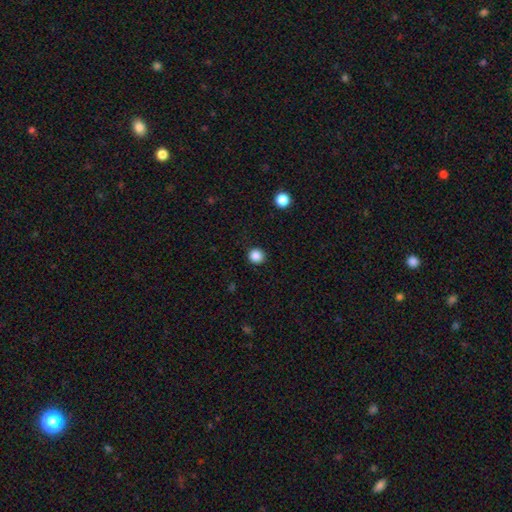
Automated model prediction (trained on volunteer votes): A smooth galaxy with no disk features (87%) that is round (94%).

Vote fractions:
- Smooth or featured? smooth: 87% / star or artifact: 11% / featured or disk: 3%
- How rounded? round: 94% / in between: 5% / cigar-shaped: 1%
- Merging? none: 92% / minor disturbance: 5% / major disturbance: 2% / merger: 1%